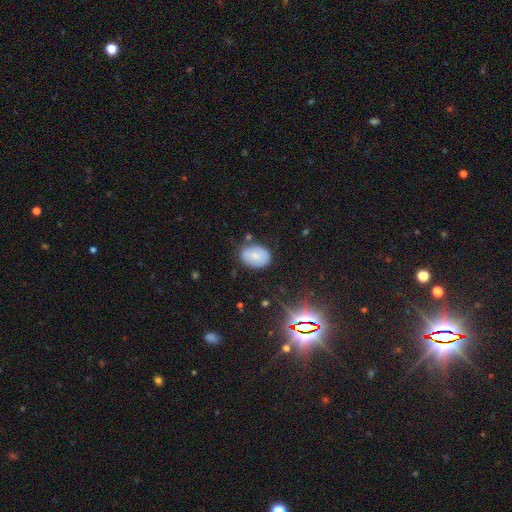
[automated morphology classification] smooth 74%, featured or disk 16%, star or artifact 10%. Down the decision tree: how rounded — in between (81%); merging — none (73%).